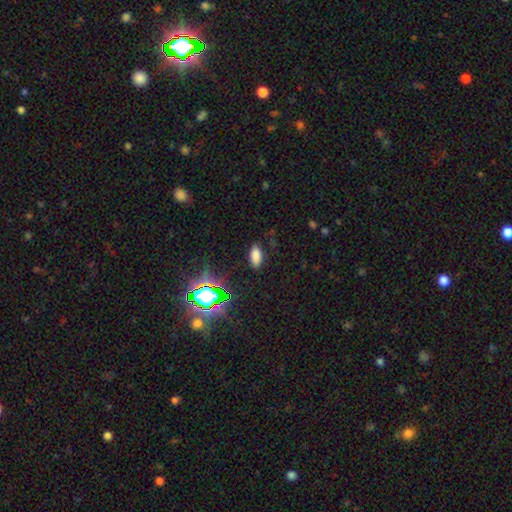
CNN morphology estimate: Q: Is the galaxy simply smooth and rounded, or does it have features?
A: smooth — 74%.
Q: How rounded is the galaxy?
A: in between — 87%.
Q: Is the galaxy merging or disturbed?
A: none — 84%.